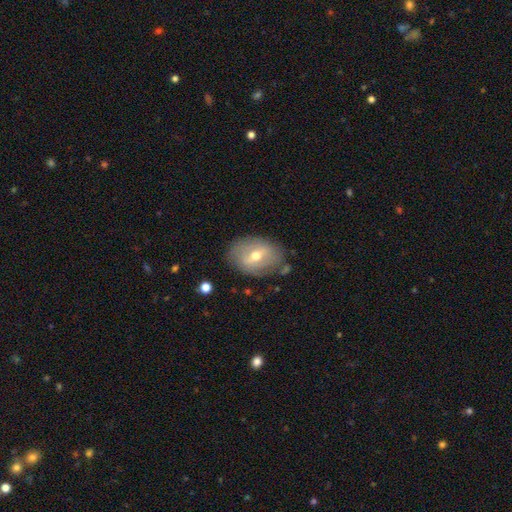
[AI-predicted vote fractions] featured or disk 54%, smooth 38%, star or artifact 8%. Down the decision tree: edge-on disk — no (89%); merging — none (75%).